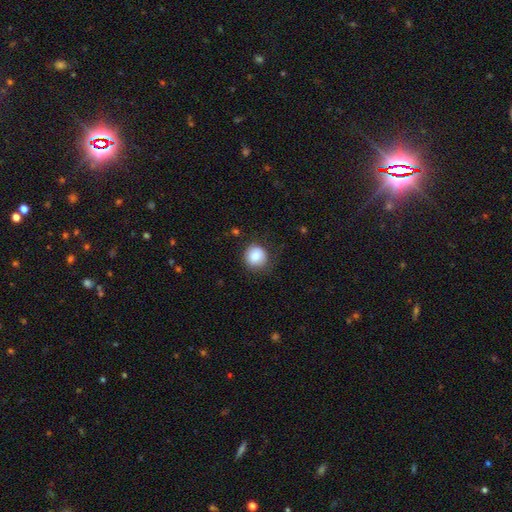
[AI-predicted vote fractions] A smooth galaxy with no disk features (83%) that is round (88%).

Vote fractions:
- Smooth or featured? smooth: 83% / star or artifact: 9% / featured or disk: 8%
- How rounded? round: 88% / in between: 11% / cigar-shaped: 1%
- Merging? none: 74% / minor disturbance: 18% / major disturbance: 6% / merger: 1%